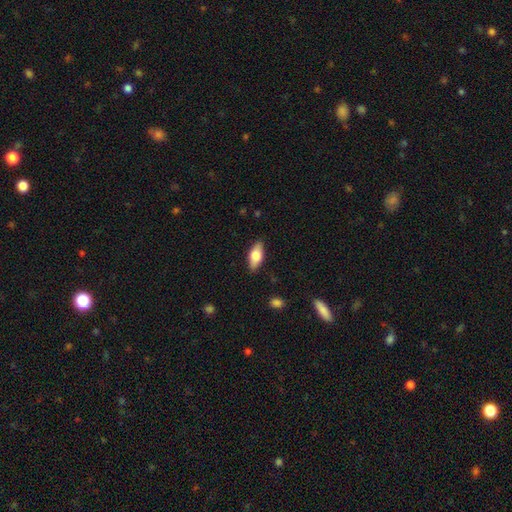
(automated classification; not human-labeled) Smooth or featured? smooth (70%)
How rounded? in between (84%)
Merging? none (86%)